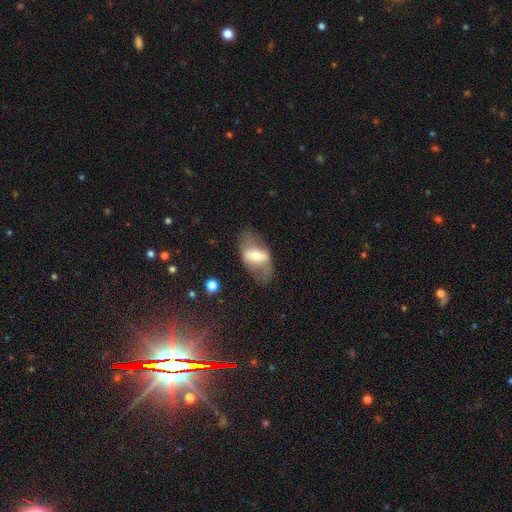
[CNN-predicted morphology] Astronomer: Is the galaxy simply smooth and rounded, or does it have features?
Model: featured or disk — 52% (runner-up: smooth, 40%).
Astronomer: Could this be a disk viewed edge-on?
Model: no — 82%.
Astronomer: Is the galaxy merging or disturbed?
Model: none — 62%.